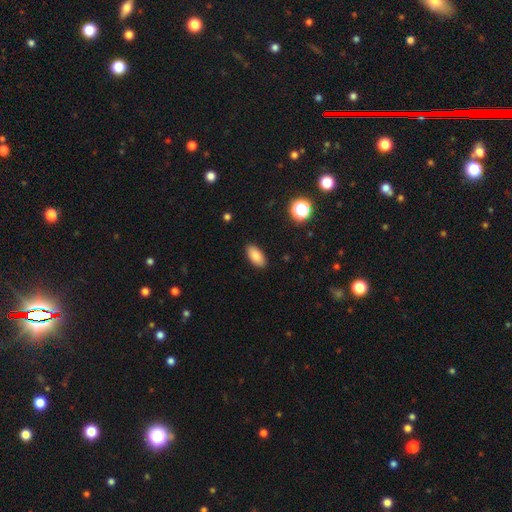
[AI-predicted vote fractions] smooth-or-featured: smooth: 85% | star or artifact: 9% | featured or disk: 6%
  how-rounded: in between: 92% | cigar-shaped: 5% | round: 3%
  merging: none: 89% | minor disturbance: 8% | major disturbance: 2% | merger: 1%